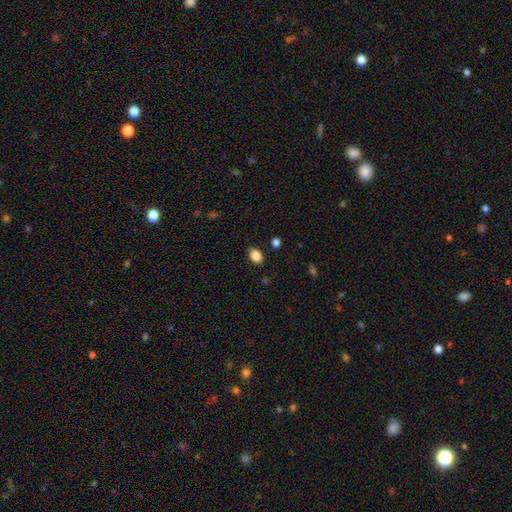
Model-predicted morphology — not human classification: The model was most divided on "how rounded": in between: 71%, round: 28%, cigar-shaped: 1%. More confident: smooth or featured — smooth (87%); merging — none (86%).